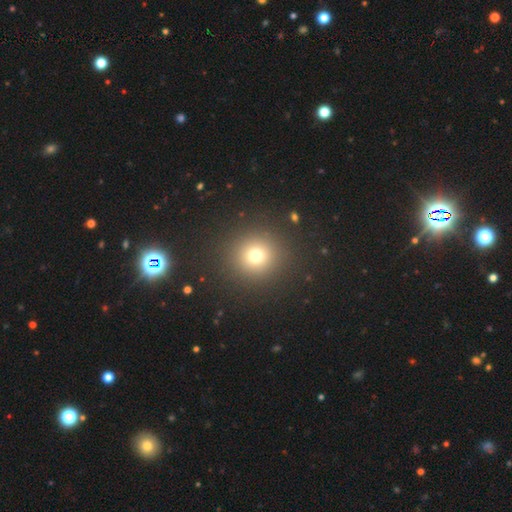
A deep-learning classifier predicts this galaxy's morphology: Smooth or featured? smooth (73%)
How rounded? round (92%)
Merging? none (90%)